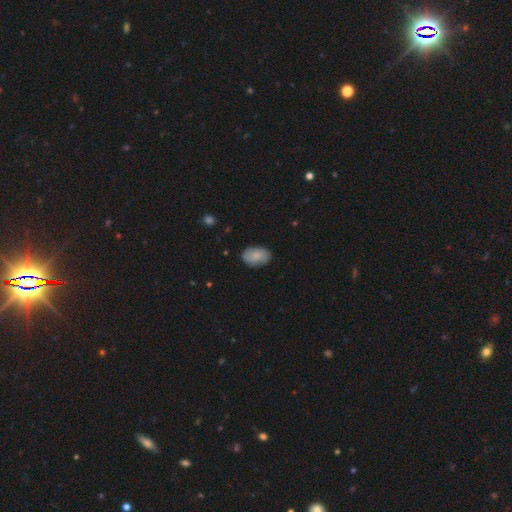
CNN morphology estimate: Smooth or featured?
  - smooth: 80% *
  - featured or disk: 13%
  - star or artifact: 7%
How rounded?
  - in between: 86% *
  - round: 13%
  - cigar-shaped: 1%
Merging?
  - none: 81% *
  - minor disturbance: 15%
  - major disturbance: 3%
  - merger: 1%